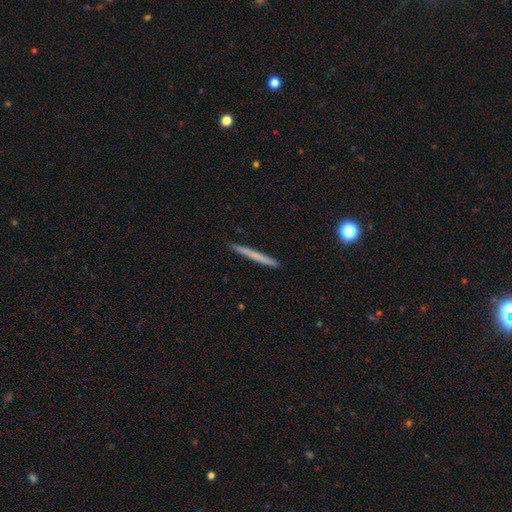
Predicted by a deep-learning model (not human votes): A smooth galaxy with no disk features (60%) that is cigar-shaped (97%). Merging: none (91%).